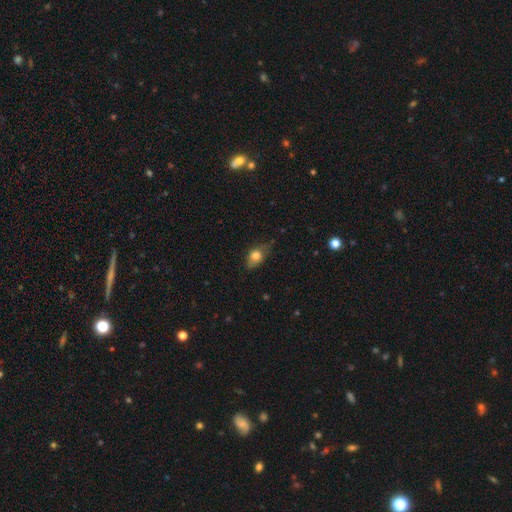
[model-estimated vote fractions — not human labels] Smooth or featured?
  - smooth: 75% *
  - featured or disk: 16%
  - star or artifact: 9%
How rounded?
  - in between: 76% *
  - round: 21%
  - cigar-shaped: 4%
Merging?
  - none: 64% *
  - minor disturbance: 29%
  - major disturbance: 6%
  - merger: 2%